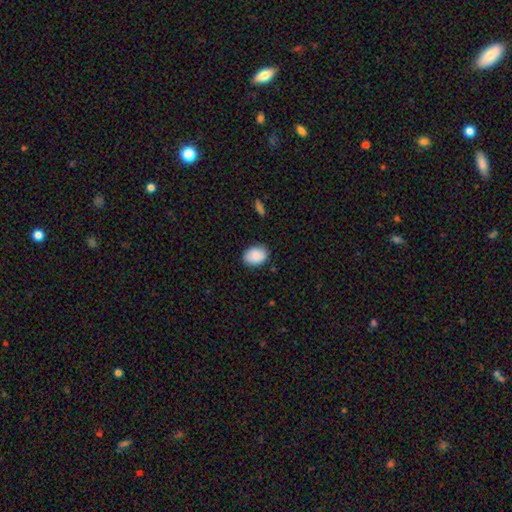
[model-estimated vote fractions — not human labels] smooth_or_featured: smooth (p=0.89) [alt: star or artifact p=0.07]
how_rounded: in between (p=0.74) [alt: round p=0.25]
merging: none (p=0.85) [alt: minor disturbance p=0.11]